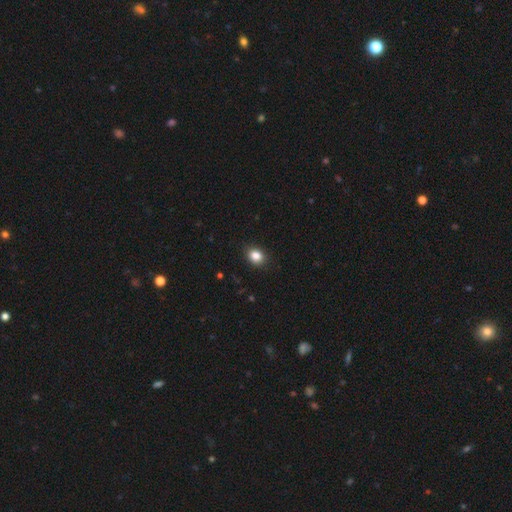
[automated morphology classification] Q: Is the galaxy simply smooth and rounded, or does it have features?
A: smooth — 85%.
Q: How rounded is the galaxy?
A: in between — 55%.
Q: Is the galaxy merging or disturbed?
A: none — 88%.